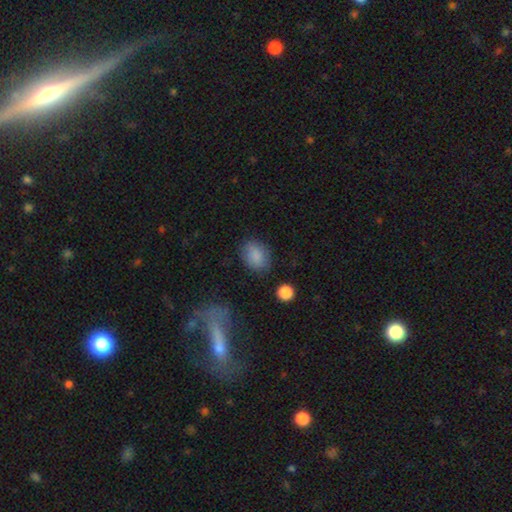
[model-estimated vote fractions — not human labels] This is clearly a smooth galaxy (84%). How rounded: likely in between (63%). Merging: likely none (78%).